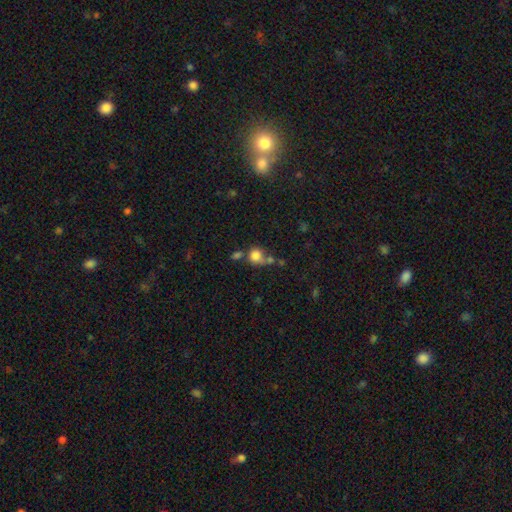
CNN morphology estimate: Smooth or featured? Predicted: smooth (p=0.80). How rounded? Predicted: round (p=0.83). Merging? Predicted: none (p=0.44).